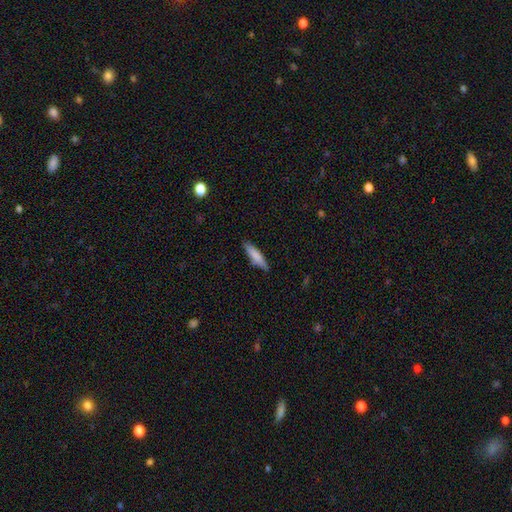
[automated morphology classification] This appears to be a smooth galaxy with no disk features (79%) that is cigar-shaped (78%). Merging: none (84%).